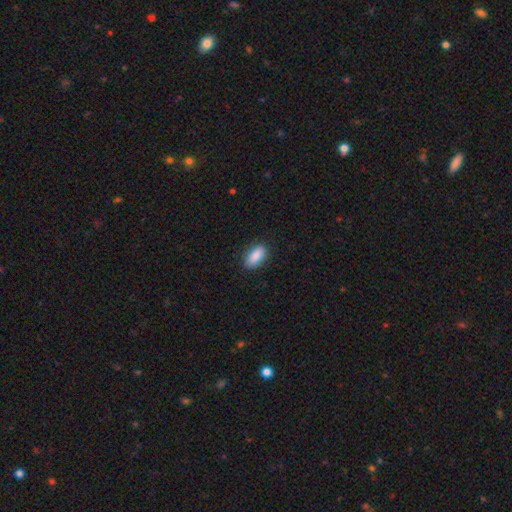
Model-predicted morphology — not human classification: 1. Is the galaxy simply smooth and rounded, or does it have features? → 88% smooth, 7% star or artifact, 6% featured or disk.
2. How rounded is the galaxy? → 88% in between, 9% cigar-shaped, 4% round.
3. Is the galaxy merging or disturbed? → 85% none, 11% minor disturbance, 3% major disturbance, 1% merger.